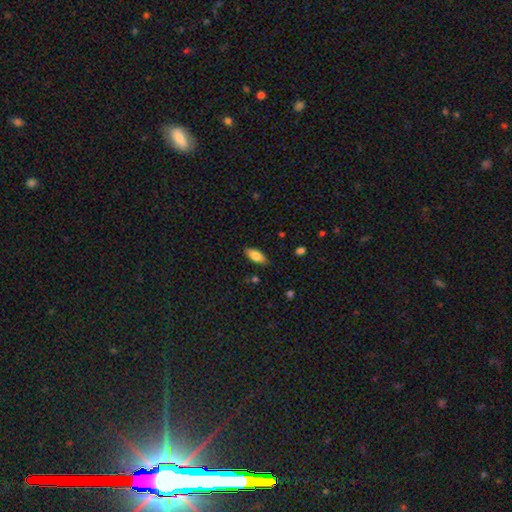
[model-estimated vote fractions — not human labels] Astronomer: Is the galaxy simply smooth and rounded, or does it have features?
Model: smooth — 77%.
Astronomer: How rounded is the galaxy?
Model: in between — 82%.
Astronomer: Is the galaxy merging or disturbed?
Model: none — 86%.